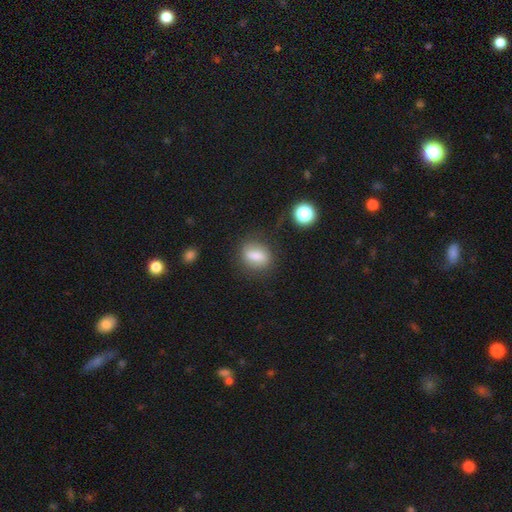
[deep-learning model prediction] Smooth or featured?
  - smooth: 78% *
  - featured or disk: 12%
  - star or artifact: 9%
How rounded?
  - in between: 64% *
  - round: 29%
  - cigar-shaped: 7%
Merging?
  - none: 77% *
  - minor disturbance: 14%
  - major disturbance: 6%
  - merger: 3%